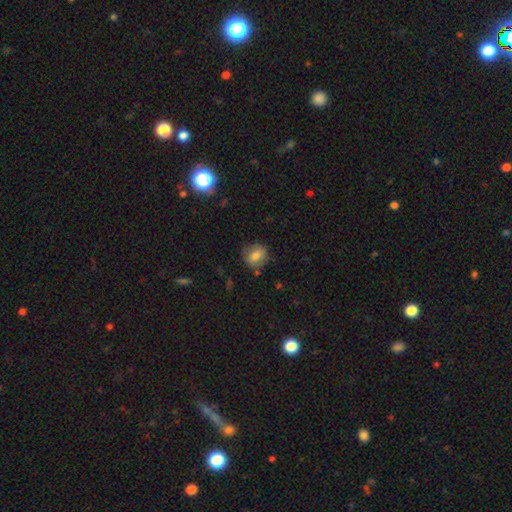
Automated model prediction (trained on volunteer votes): Overall: smooth (78%). How rounded: round (70%). Merging: none (76%).